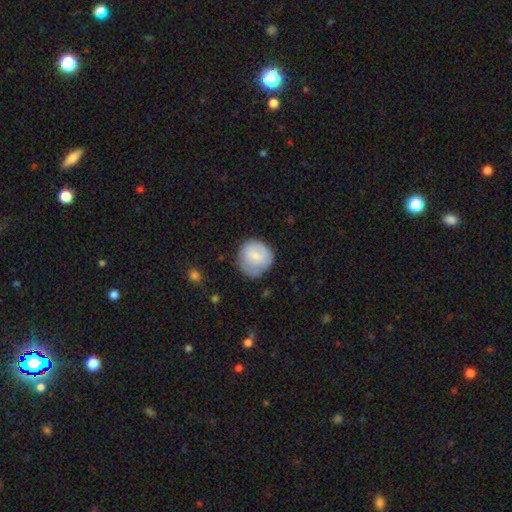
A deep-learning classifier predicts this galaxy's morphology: The model was most divided on "merging": none: 65%, minor disturbance: 25%, major disturbance: 8%, merger: 2%. More confident: how rounded — round (88%); smooth or featured — smooth (72%).